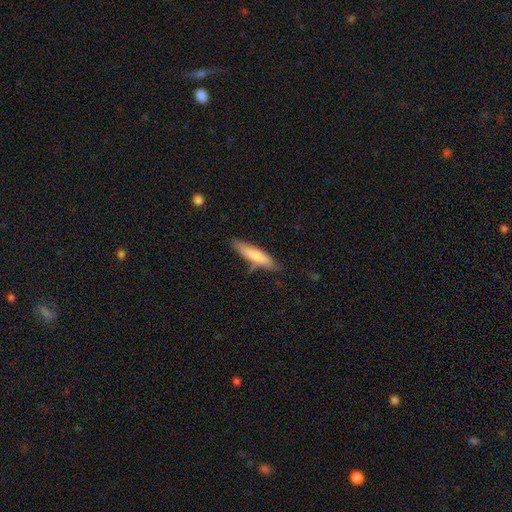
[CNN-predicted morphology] This is likely a smooth galaxy (75%). How rounded: likely cigar-shaped (79%). Merging: likely none (74%).